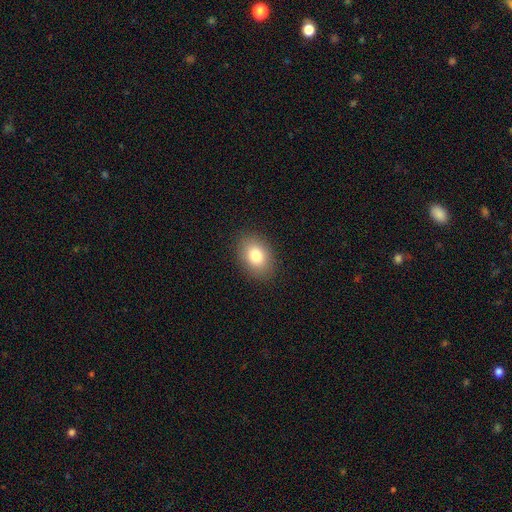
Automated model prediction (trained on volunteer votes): A smooth galaxy with no disk features (81%) that is in between round and cigar-shaped (78%).

Vote fractions:
- Smooth or featured? smooth: 81% / featured or disk: 10% / star or artifact: 9%
- How rounded? in between: 78% / round: 20% / cigar-shaped: 1%
- Merging? none: 88% / minor disturbance: 9% / major disturbance: 3% / merger: 1%